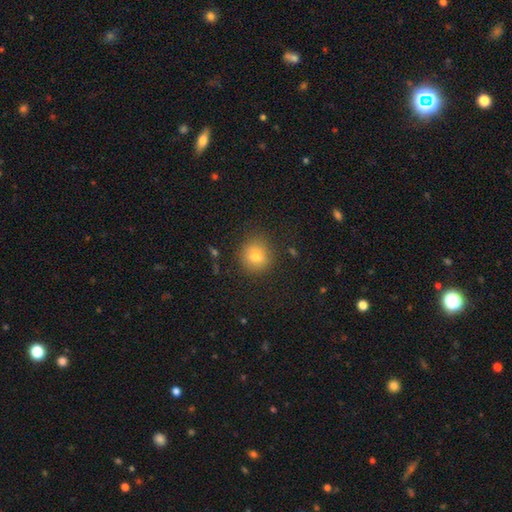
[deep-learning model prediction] Smooth or featured? Predicted: smooth (p=0.78). How rounded? Predicted: round (p=0.91). Merging? Predicted: none (p=0.87).